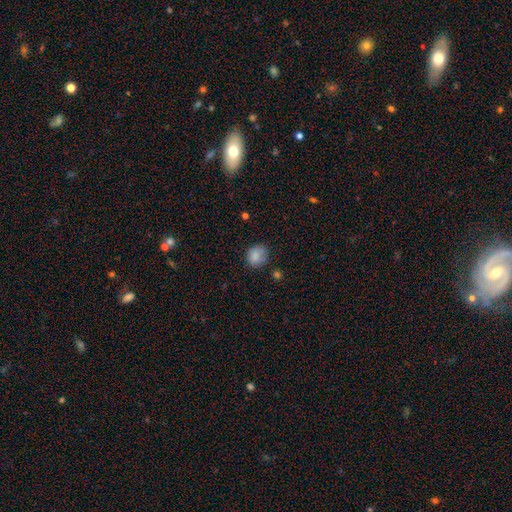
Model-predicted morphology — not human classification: This appears to be a smooth galaxy with no disk features (83%) that is round (65%). Merging: none (72%).